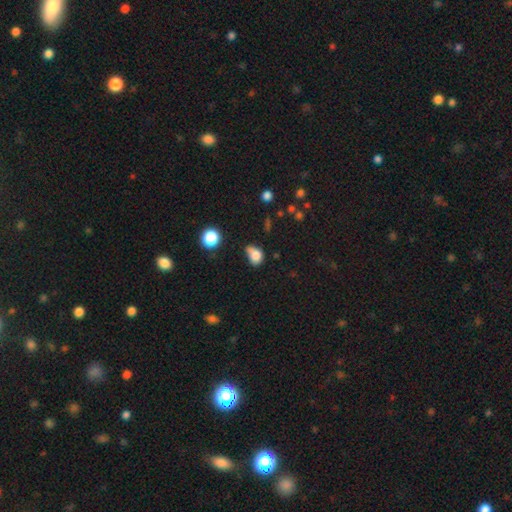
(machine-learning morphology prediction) Smooth or featured: smooth — 79% (star or artifact — 12%)
How rounded: in between — 57% (round — 42%)
Merging: minor disturbance — 34% (tied with none — 34%)